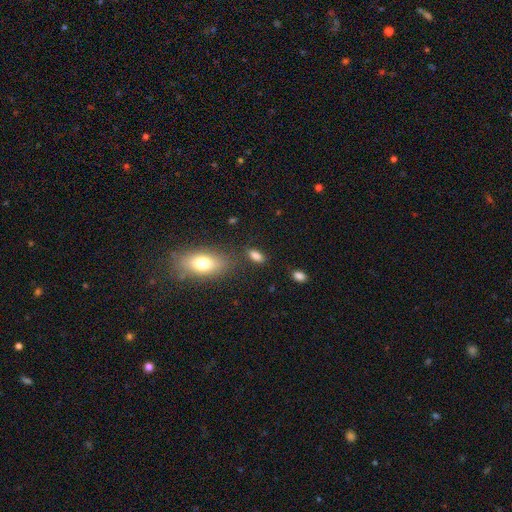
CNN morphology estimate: Smooth or featured? smooth (83%)
How rounded? in between (82%)
Merging? none (78%)